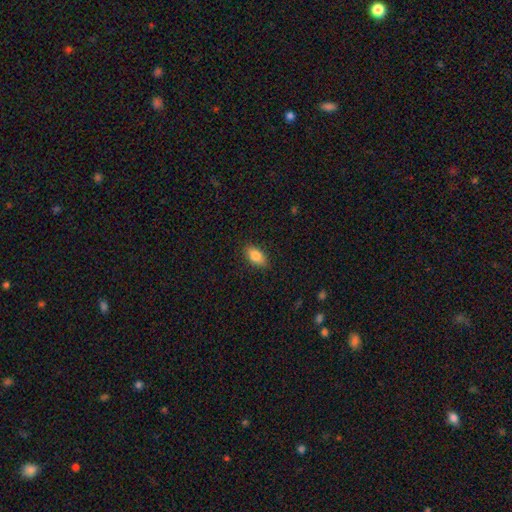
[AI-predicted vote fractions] A smooth galaxy with no disk features (84%) that is in between round and cigar-shaped (89%).

Vote fractions:
- Smooth or featured? smooth: 84% / featured or disk: 8% / star or artifact: 7%
- How rounded? in between: 89% / cigar-shaped: 7% / round: 5%
- Merging? none: 86% / minor disturbance: 11% / major disturbance: 2% / merger: 1%